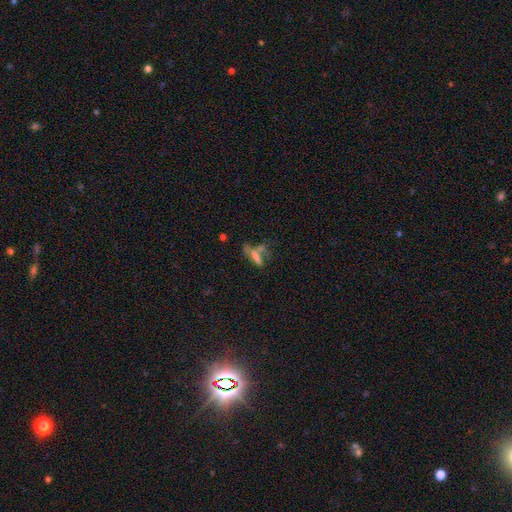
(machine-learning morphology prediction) The model was most divided on "merging": merger: 38%, none: 33%, major disturbance: 15%, minor disturbance: 14%. More confident: how rounded — cigar-shaped (57%); smooth or featured — smooth (54%).